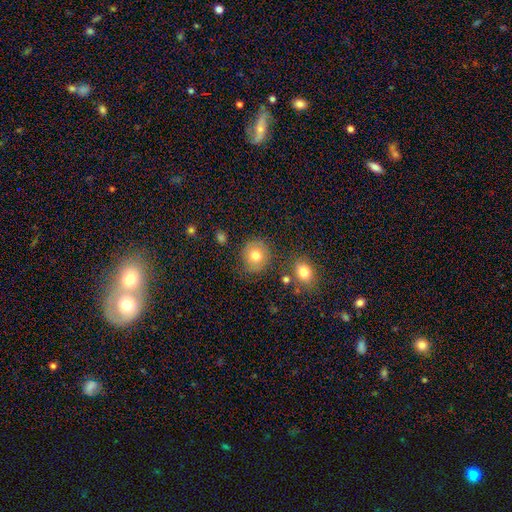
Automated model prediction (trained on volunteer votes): smooth-or-featured: smooth: 76% | featured or disk: 14% | star or artifact: 10%
  how-rounded: round: 81% | in between: 18% | cigar-shaped: 1%
  merging: none: 77% | minor disturbance: 14% | major disturbance: 5% | merger: 4%